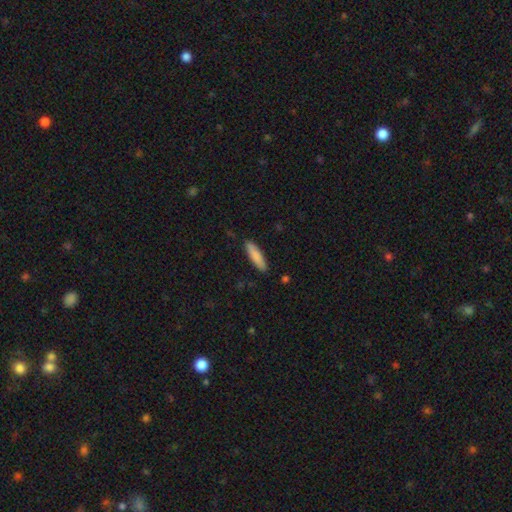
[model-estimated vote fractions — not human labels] Smooth or featured?
  - smooth: 85% *
  - featured or disk: 9%
  - star or artifact: 6%
How rounded?
  - cigar-shaped: 70% *
  - in between: 29%
  - round: 1%
Merging?
  - none: 88% *
  - minor disturbance: 9%
  - major disturbance: 2%
  - merger: 1%